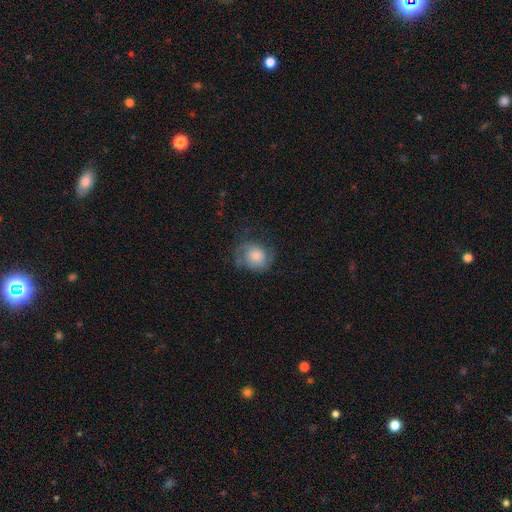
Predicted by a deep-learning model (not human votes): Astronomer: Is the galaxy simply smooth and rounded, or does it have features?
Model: smooth — 47% (runner-up: featured or disk, 45%).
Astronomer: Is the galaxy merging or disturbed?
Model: none — 60%.